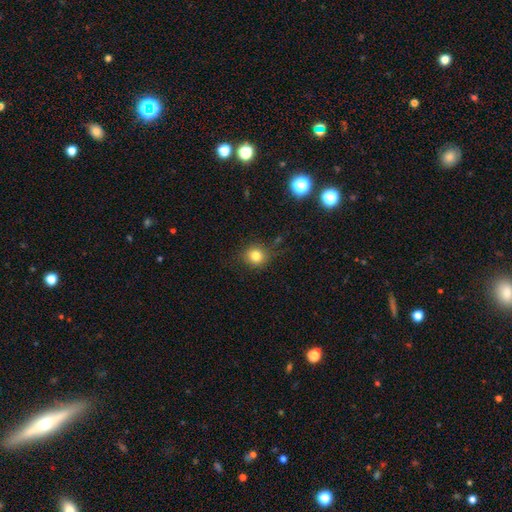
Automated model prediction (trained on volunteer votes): smooth 80%, star or artifact 13%, featured or disk 7%. Down the decision tree: how rounded — round (84%); merging — none (84%).